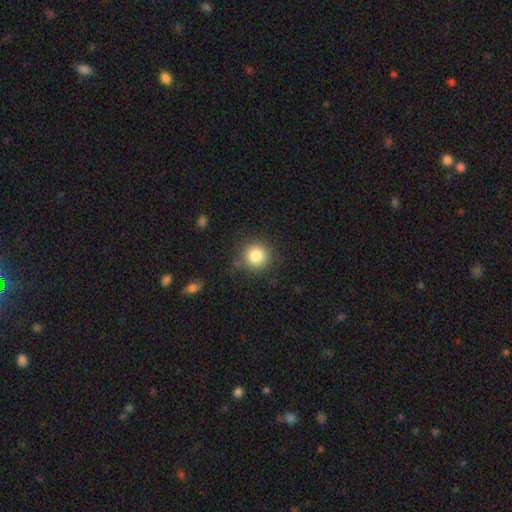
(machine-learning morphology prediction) A smooth galaxy with no disk features (83%) that is round (94%). Merging: none (85%).